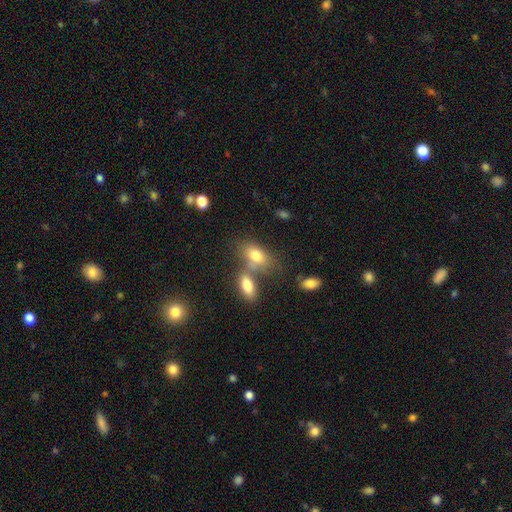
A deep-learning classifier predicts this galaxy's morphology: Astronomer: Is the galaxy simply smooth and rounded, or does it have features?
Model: smooth — 77%.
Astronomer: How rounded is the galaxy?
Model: in between — 87%.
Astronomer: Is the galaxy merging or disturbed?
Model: none — 42% (runner-up: merger, 39%).